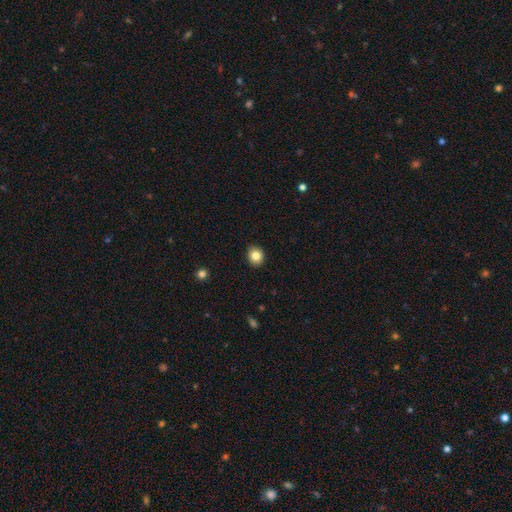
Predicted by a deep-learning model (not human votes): Q: Smooth or featured?
A: smooth (84%); runner-up: star or artifact (10%)
Q: How rounded?
A: round (72%); runner-up: in between (27%)
Q: Merging?
A: none (91%); runner-up: minor disturbance (6%)